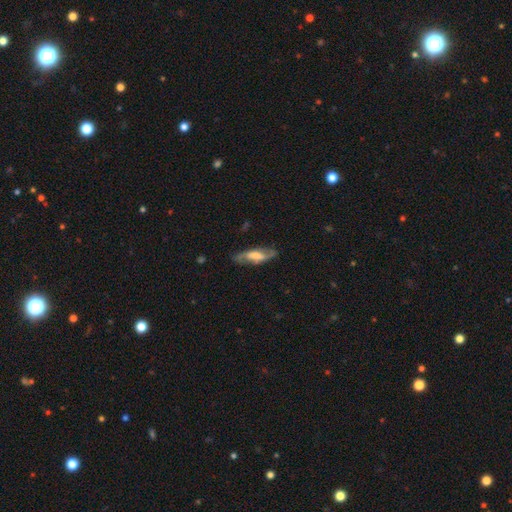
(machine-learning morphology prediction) smooth-or-featured: featured or disk: 58% | smooth: 35% | star or artifact: 7%
  disk-edge-on: no: 73% | yes: 27%
  merging: none: 74% | minor disturbance: 18% | major disturbance: 6% | merger: 2%